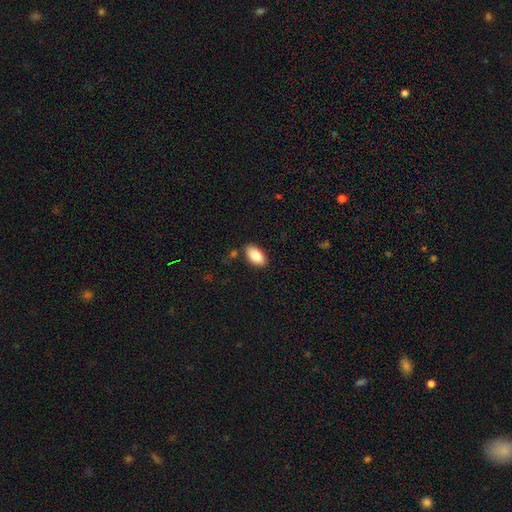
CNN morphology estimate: This is clearly a smooth galaxy (86%). How rounded: clearly in between (94%). Merging: clearly none (86%).